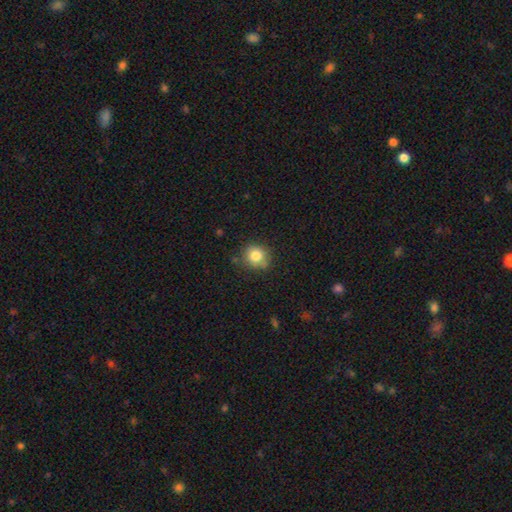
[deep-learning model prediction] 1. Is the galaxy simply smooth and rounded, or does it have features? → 82% smooth, 11% star or artifact, 7% featured or disk.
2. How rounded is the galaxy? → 86% round, 13% in between, 1% cigar-shaped.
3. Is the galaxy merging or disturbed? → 77% none, 16% minor disturbance, 4% merger, 3% major disturbance.